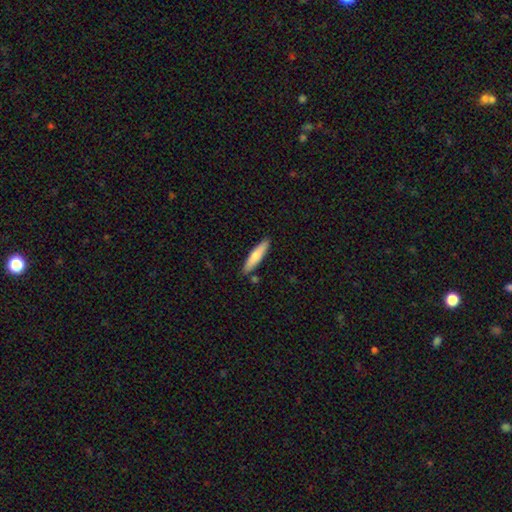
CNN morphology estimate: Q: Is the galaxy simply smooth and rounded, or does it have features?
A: smooth — 74%.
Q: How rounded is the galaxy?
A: cigar-shaped — 82%.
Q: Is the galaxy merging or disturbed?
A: none — 85%.